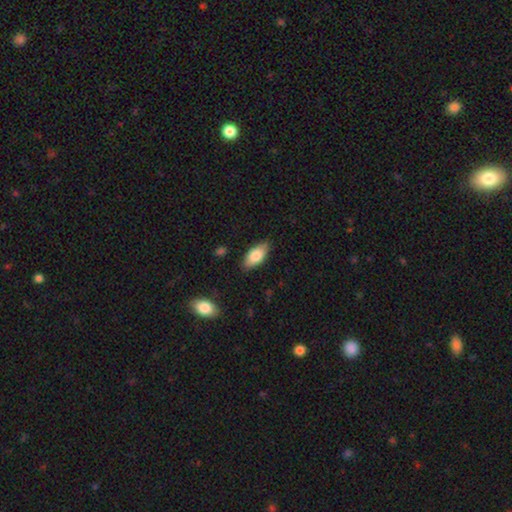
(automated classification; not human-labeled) Morphology: type=smooth (81%); roundness=in between (88%); merging=none (85%).